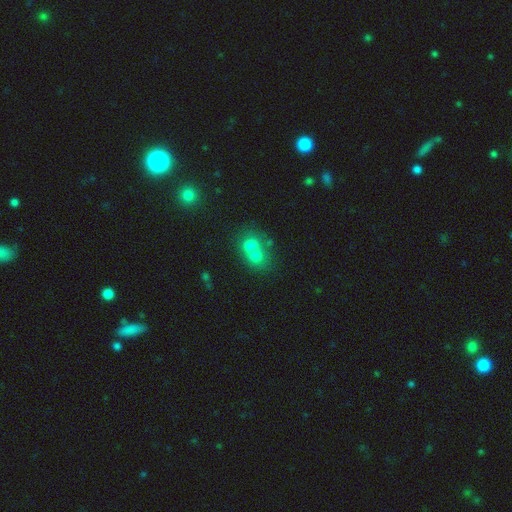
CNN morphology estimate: Q: Smooth or featured?
A: smooth (67%); runner-up: featured or disk (20%)
Q: How rounded?
A: round (67%); runner-up: in between (32%)
Q: Merging?
A: merger (65%); runner-up: none (26%)